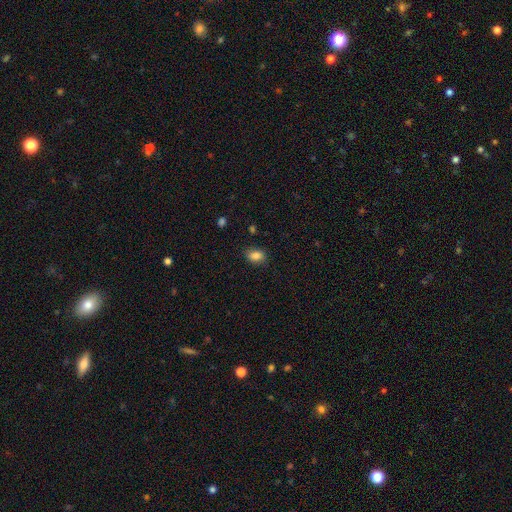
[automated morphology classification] Smooth or featured?
  - smooth: 85% *
  - star or artifact: 9%
  - featured or disk: 6%
How rounded?
  - in between: 78% *
  - round: 20%
  - cigar-shaped: 2%
Merging?
  - none: 81% *
  - minor disturbance: 14%
  - major disturbance: 3%
  - merger: 1%